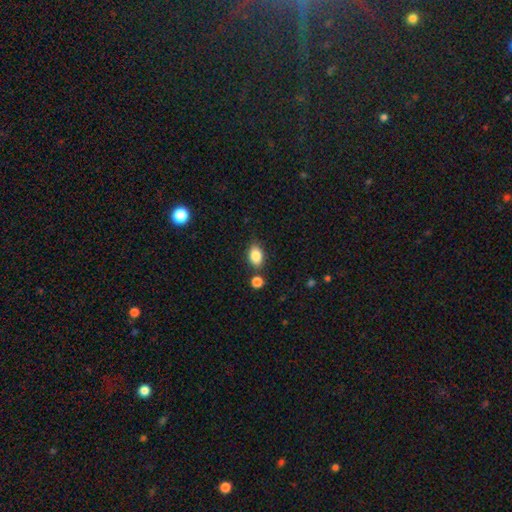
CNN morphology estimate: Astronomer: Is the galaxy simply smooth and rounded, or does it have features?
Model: smooth — 86%.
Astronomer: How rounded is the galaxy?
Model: in between — 84%.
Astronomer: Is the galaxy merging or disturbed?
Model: none — 73%.